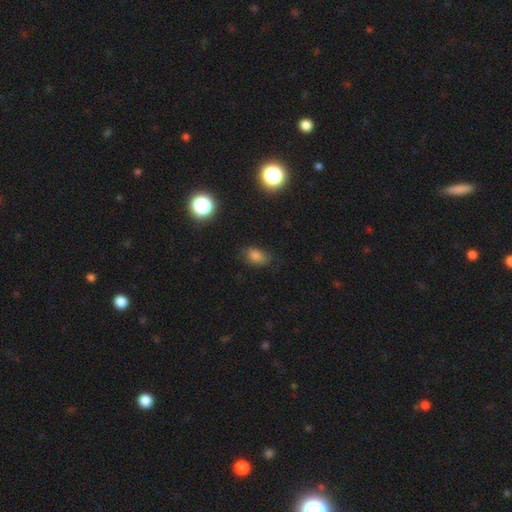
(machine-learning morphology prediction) Smooth or featured? Predicted: smooth (p=0.76). How rounded? Predicted: in between (p=0.84). Merging? Predicted: none (p=0.69).